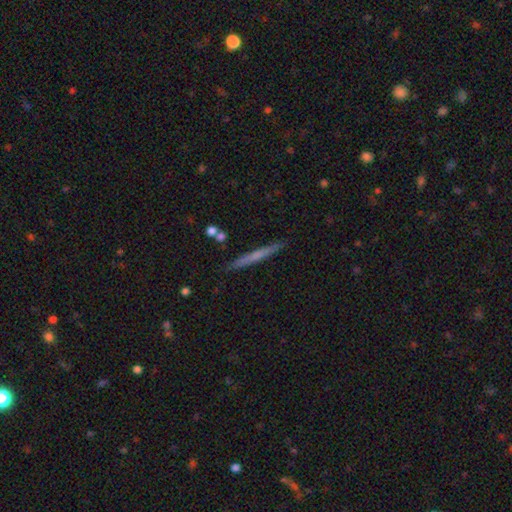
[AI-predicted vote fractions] A smooth galaxy with no disk features (51%) that is cigar-shaped (96%).

Vote fractions:
- Smooth or featured? smooth: 51% / featured or disk: 43% / star or artifact: 6%
- How rounded? cigar-shaped: 96% / in between: 2% / round: 2%
- Merging? none: 91% / minor disturbance: 6% / merger: 2% / major disturbance: 1%